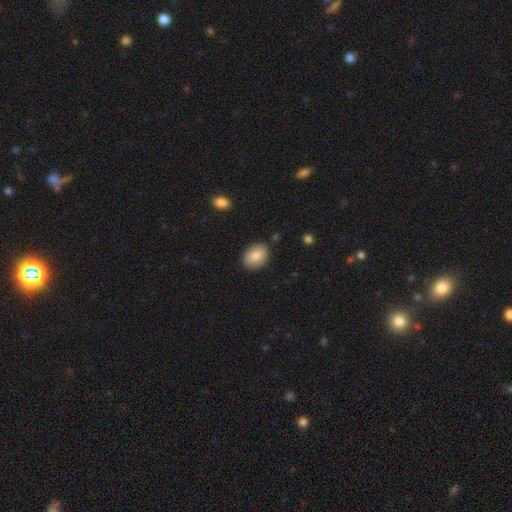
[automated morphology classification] smooth 84%, featured or disk 9%, star or artifact 7%. Down the decision tree: how rounded — in between (78%); merging — none (84%).